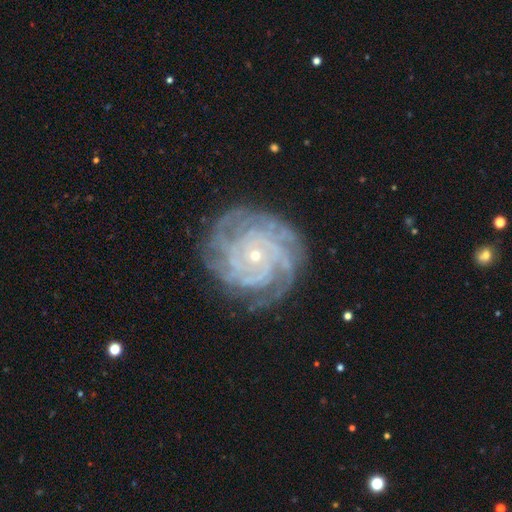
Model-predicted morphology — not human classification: The model was most divided on "spiral arm count": 4: 27%, can't tell: 21%, more than 4: 21%, 3: 14%, 2: 9%, 1: 7%. More confident: spiral arms — yes (97%); edge-on disk — no (97%); smooth or featured — featured or disk (88%); bulge size — small (83%); bar — no (81%); spiral winding — tight (79%); merging — none (79%).